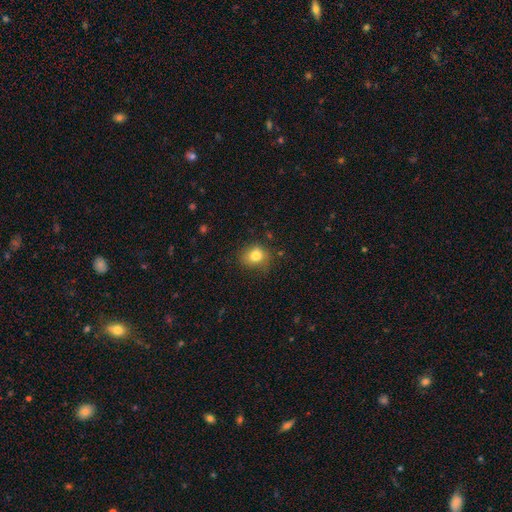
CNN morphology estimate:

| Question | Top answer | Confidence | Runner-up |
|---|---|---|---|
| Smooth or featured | smooth | 81% | star or artifact (11%) |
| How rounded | round | 63% | in between (36%) |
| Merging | none | 75% | minor disturbance (19%) |